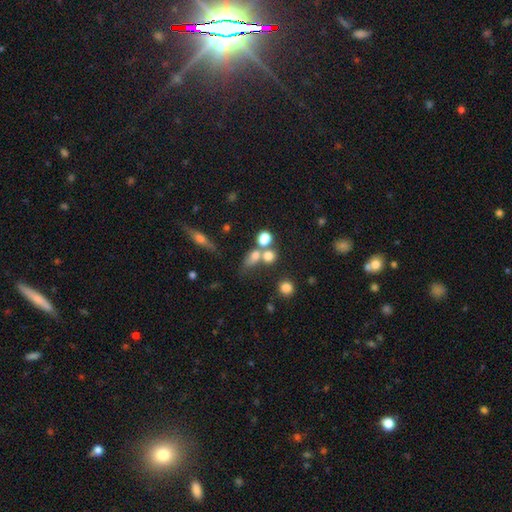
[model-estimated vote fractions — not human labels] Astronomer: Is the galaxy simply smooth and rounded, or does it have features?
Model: smooth — 63%.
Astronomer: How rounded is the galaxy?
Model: round — 55% (runner-up: in between, 39%).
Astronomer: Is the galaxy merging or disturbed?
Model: merger — 42% (runner-up: none, 40%).